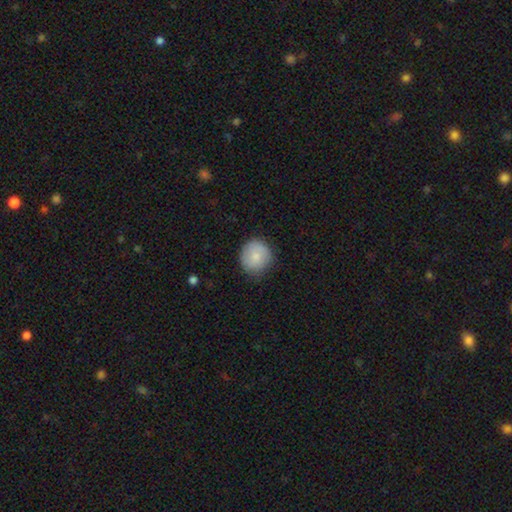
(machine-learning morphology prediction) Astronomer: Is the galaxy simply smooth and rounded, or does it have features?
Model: smooth — 80%.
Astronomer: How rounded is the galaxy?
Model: round — 86%.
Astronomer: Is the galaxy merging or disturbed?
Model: none — 79%.